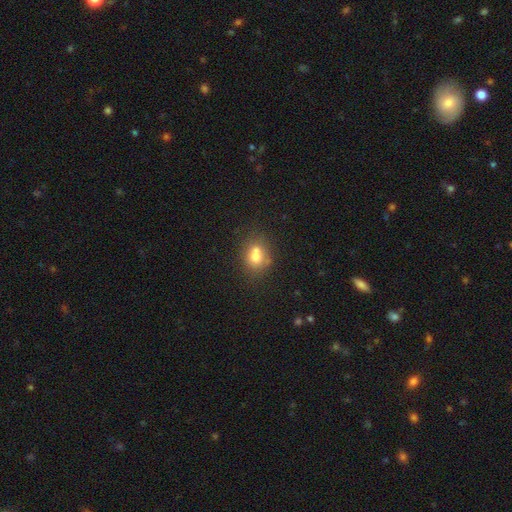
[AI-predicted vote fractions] The model was most divided on "merging": none: 44%, merger: 39%, minor disturbance: 12%, major disturbance: 5%. More confident: smooth or featured — smooth (70%); how rounded — round (61%).